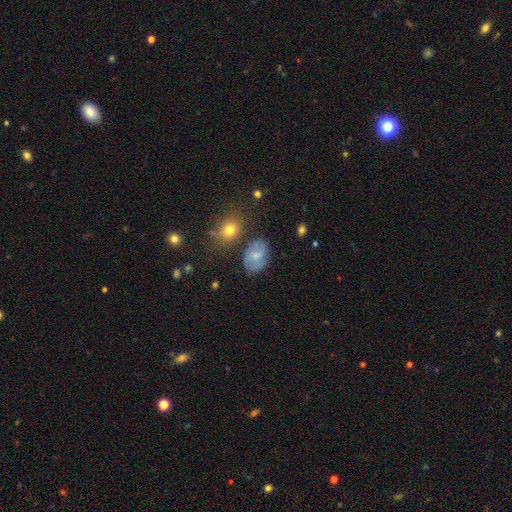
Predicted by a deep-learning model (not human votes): Smooth or featured?
  - smooth: 52% *
  - featured or disk: 39%
  - star or artifact: 9%
How rounded?
  - in between: 79% *
  - round: 20%
  - cigar-shaped: 1%
Merging?
  - none: 66% *
  - minor disturbance: 21%
  - major disturbance: 7%
  - merger: 6%